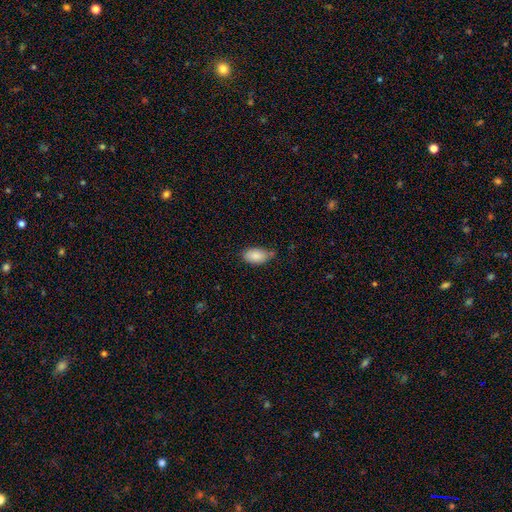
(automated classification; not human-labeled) Smooth or featured? Predicted: smooth (p=0.87). How rounded? Predicted: in between (p=0.94). Merging? Predicted: none (p=0.69).